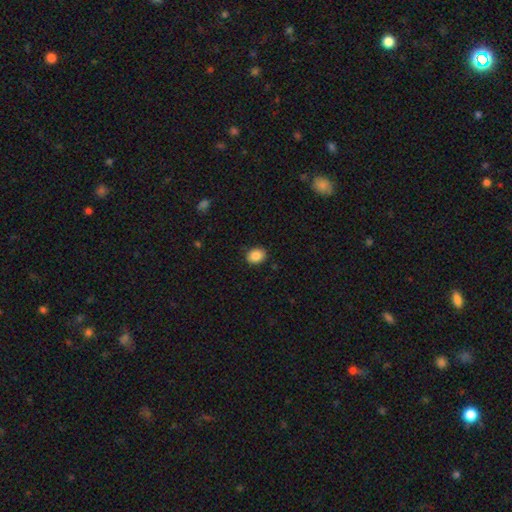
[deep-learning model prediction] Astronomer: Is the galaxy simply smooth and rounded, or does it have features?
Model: smooth — 87%.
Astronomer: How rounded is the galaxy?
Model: in between — 55% (runner-up: round, 44%).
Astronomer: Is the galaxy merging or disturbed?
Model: none — 88%.